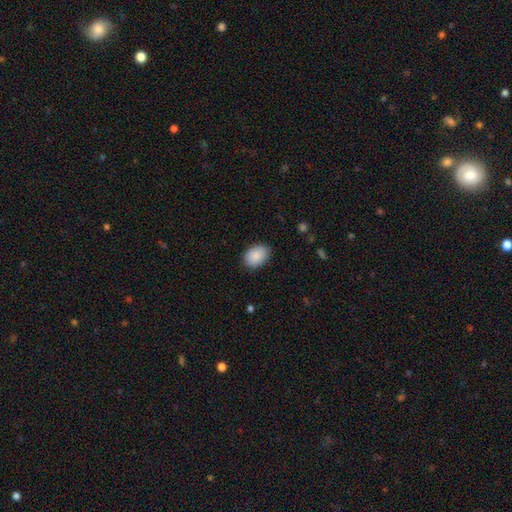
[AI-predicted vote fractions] The model was most divided on "how rounded": in between: 82%, round: 17%, cigar-shaped: 1%. More confident: smooth or featured — smooth (89%); merging — none (83%).